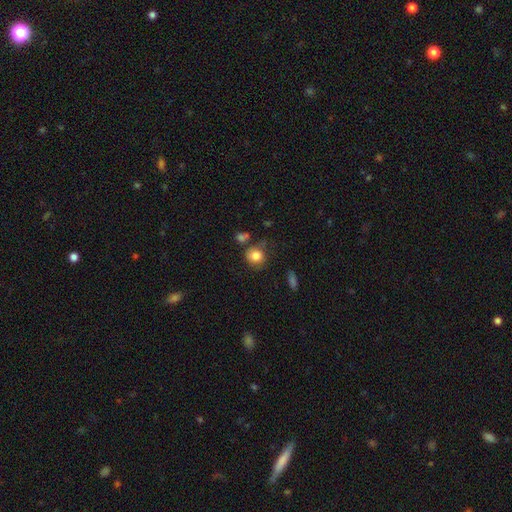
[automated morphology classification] Smooth or featured? smooth (82%)
How rounded? round (84%)
Merging? none (65%)